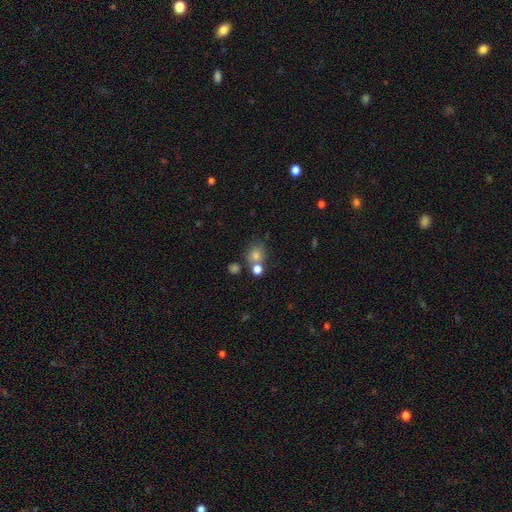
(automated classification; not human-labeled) Smooth or featured?
  - smooth: 73% *
  - star or artifact: 16%
  - featured or disk: 11%
How rounded?
  - round: 78% *
  - in between: 20%
  - cigar-shaped: 1%
Merging?
  - none: 59% *
  - merger: 27%
  - minor disturbance: 10%
  - major disturbance: 4%